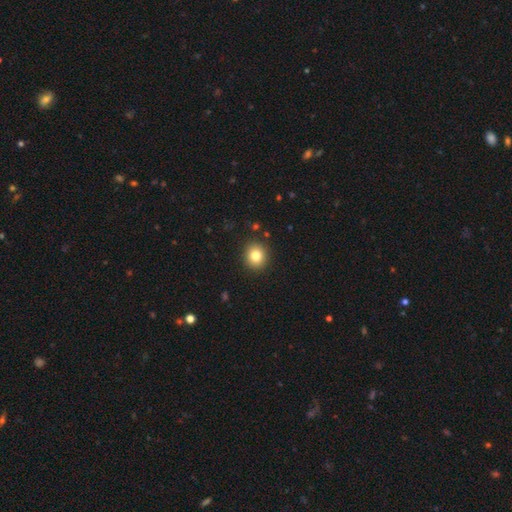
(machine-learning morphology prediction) Smooth or featured? smooth (82%)
How rounded? round (83%)
Merging? none (90%)